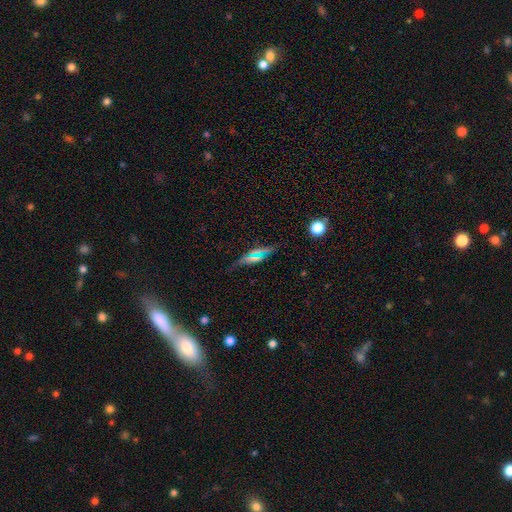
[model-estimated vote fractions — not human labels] smooth 49%, featured or disk 32%, star or artifact 19%. Down the decision tree: merging — none (73%).